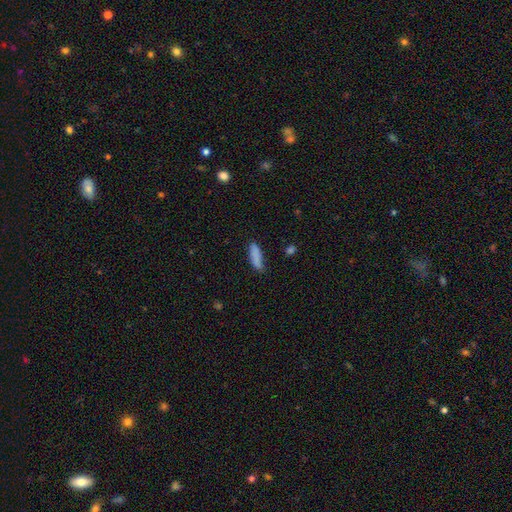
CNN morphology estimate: smooth-or-featured: smooth: 85% | featured or disk: 8% | star or artifact: 7%
  how-rounded: cigar-shaped: 54% | in between: 44% | round: 2%
  merging: none: 72% | minor disturbance: 21% | major disturbance: 4% | merger: 2%